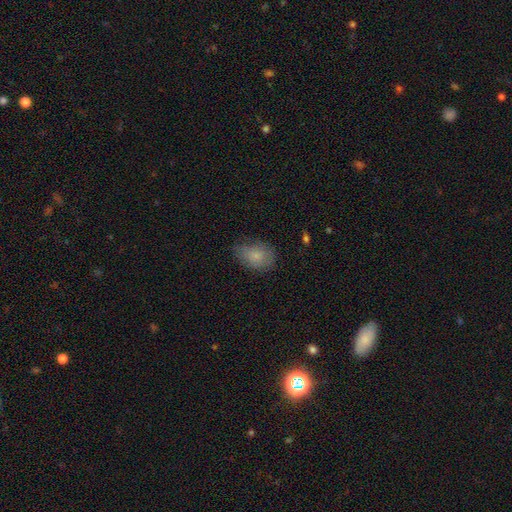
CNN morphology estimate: Smooth or featured?
  - smooth: 79% *
  - featured or disk: 13%
  - star or artifact: 8%
How rounded?
  - in between: 73% *
  - round: 26%
  - cigar-shaped: 1%
Merging?
  - none: 65% *
  - minor disturbance: 27%
  - major disturbance: 7%
  - merger: 1%